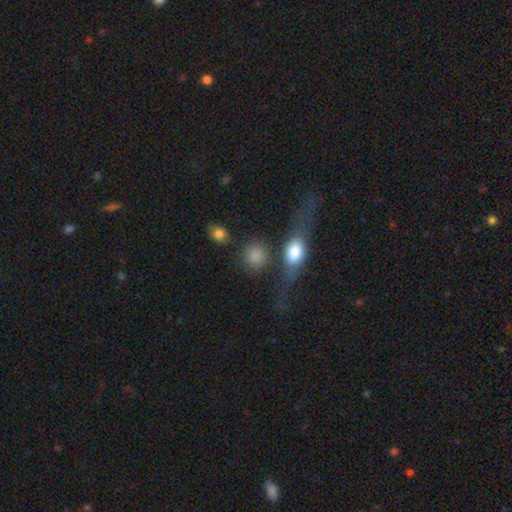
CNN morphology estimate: type=smooth (81%); roundness=round (79%); merging=none (58%).